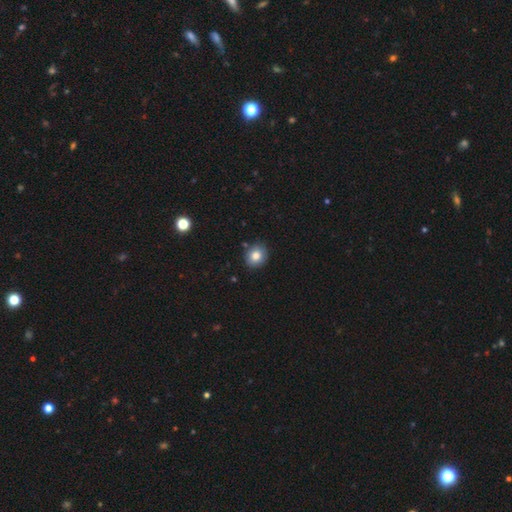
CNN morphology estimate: Smooth or featured: smooth — 81% (star or artifact — 10%)
How rounded: round — 73% (in between — 26%)
Merging: none — 86% (minor disturbance — 9%)